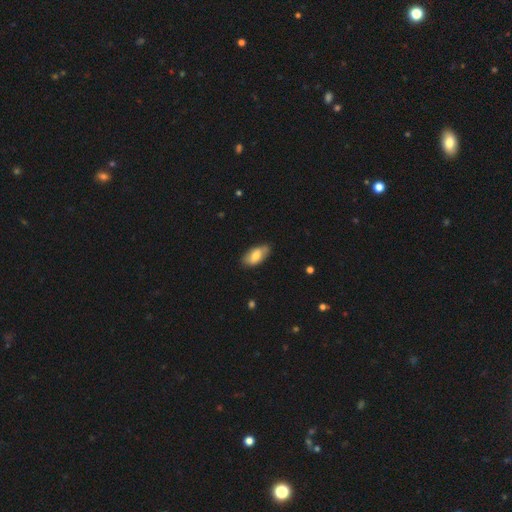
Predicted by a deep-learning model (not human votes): Smooth or featured: smooth — 73% (featured or disk — 21%)
How rounded: in between — 92% (cigar-shaped — 5%)
Merging: none — 71% (minor disturbance — 24%)